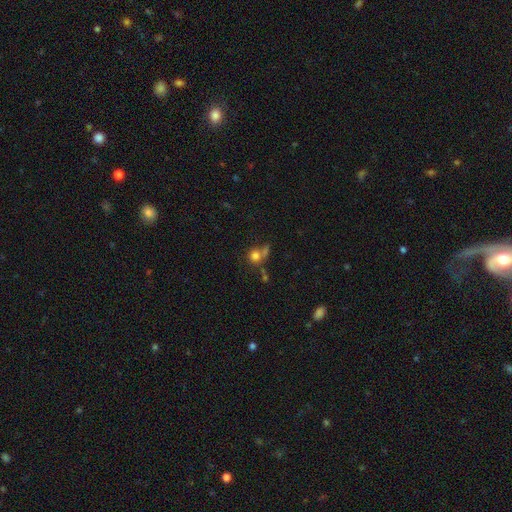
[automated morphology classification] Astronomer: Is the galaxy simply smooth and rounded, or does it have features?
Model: smooth — 76%.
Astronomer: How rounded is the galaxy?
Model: round — 86%.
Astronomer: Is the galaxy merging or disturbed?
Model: none — 49% (runner-up: merger, 27%).